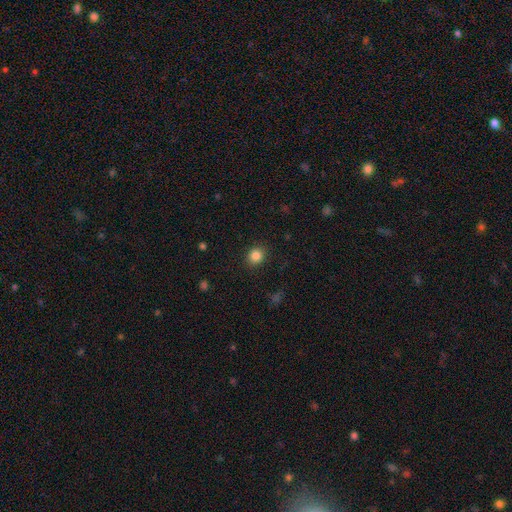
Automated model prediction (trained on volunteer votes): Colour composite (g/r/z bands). It shows a smooth galaxy with no disk features (85%) that is round (76%). Merging: none (89%).